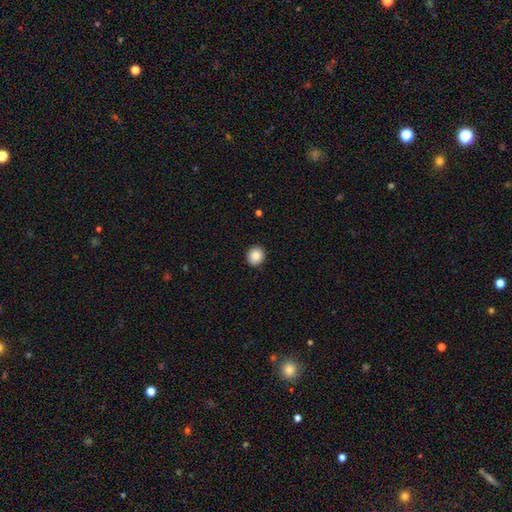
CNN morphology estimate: type=smooth (86%); roundness=round (87%); merging=none (92%).